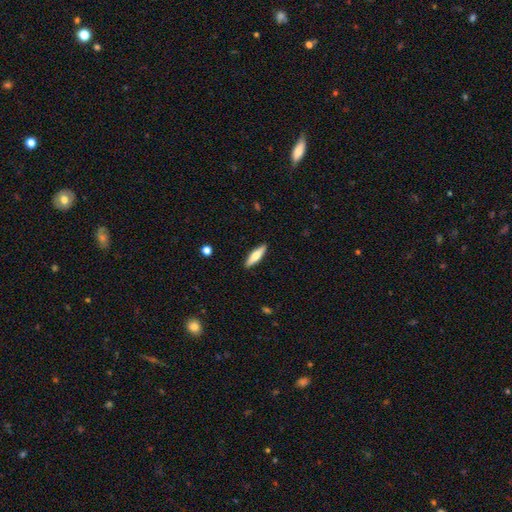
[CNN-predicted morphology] Smooth or featured: smooth — 62% (featured or disk — 33%)
How rounded: cigar-shaped — 71% (in between — 27%)
Merging: none — 90% (minor disturbance — 7%)